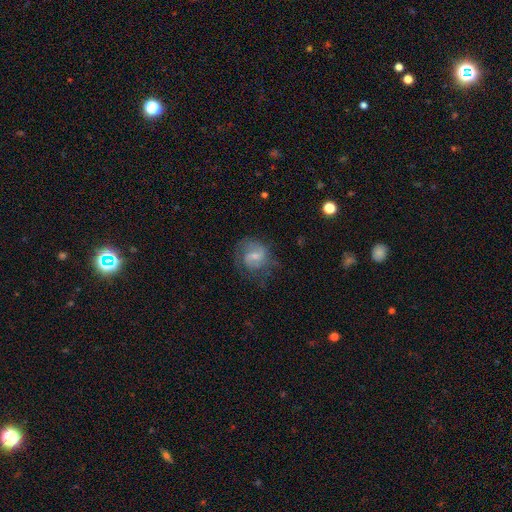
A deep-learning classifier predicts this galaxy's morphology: A featured or disk galaxy (65%) with a weak bar (54%), 2 (60%) medium (45%) spiral arms (84%) and a small central bulge (52%).

Vote fractions:
- Smooth or featured? featured or disk: 65% / smooth: 25% / star or artifact: 10%
- Edge-on disk? no: 97% / yes: 3%
- Bar? weak: 54% / no: 27% / strong: 19%
- Spiral arms? yes: 84% / no: 16%
- Spiral winding? medium: 45% / tight: 35% / loose: 21%
- Spiral arm count? 2: 60% / can't tell: 23% / 1: 8% / 3: 5% / 4: 2% / more than 4: 2%
- Bulge size? small: 52% / moderate: 36% / none: 8% / large: 3% / dominant: 1%
- Merging? none: 64% / minor disturbance: 20% / major disturbance: 14% / merger: 2%